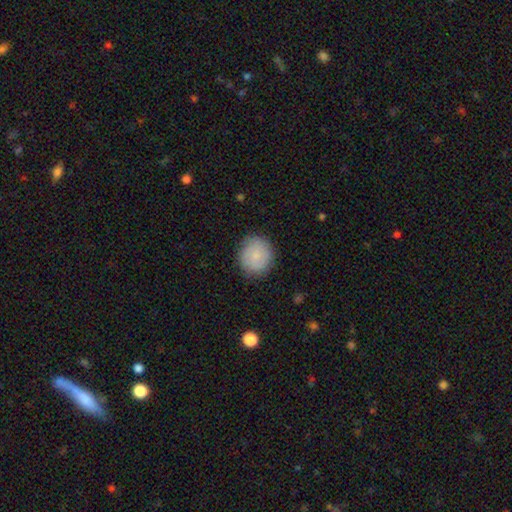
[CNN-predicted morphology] type=smooth (79%); roundness=round (82%); merging=none (84%).